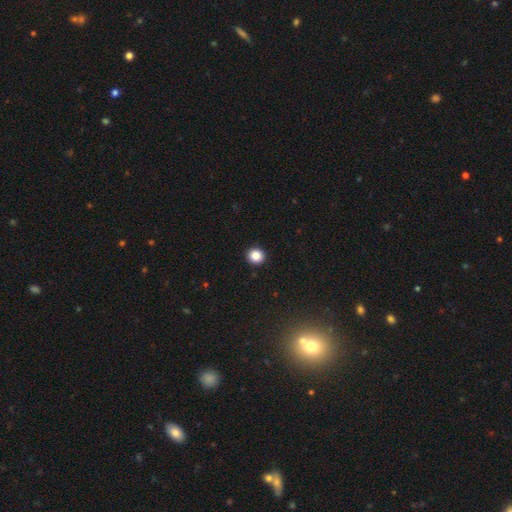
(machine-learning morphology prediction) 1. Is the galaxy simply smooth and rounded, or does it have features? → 86% smooth, 10% star or artifact, 4% featured or disk.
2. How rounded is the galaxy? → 90% round, 9% in between, 1% cigar-shaped.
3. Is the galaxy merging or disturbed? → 93% none, 4% minor disturbance, 1% major disturbance, 1% merger.